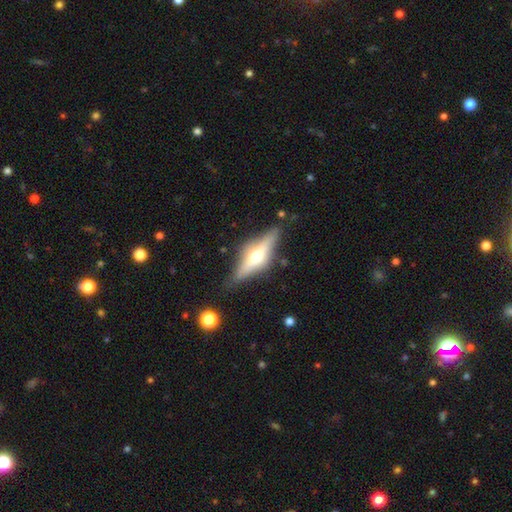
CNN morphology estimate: The model was most divided on "smooth or featured": featured or disk: 65%, smooth: 28%, star or artifact: 7%. More confident: edge-on bulge — rounded (93%); edge-on disk — yes (92%); merging — none (79%).